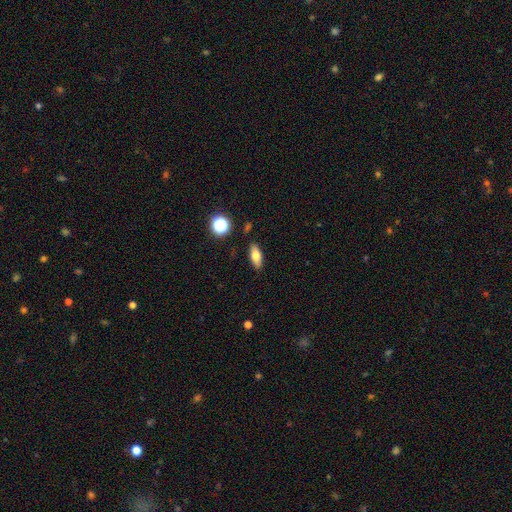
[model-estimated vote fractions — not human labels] This appears to be a smooth galaxy with no disk features (72%) that is in between round and cigar-shaped (74%). Merging: none (87%).